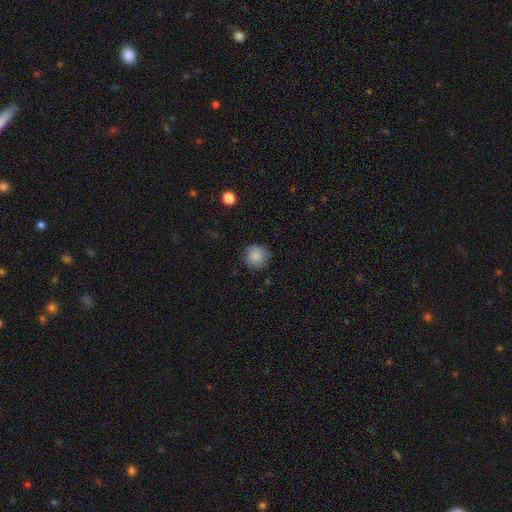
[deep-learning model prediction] Overall: smooth (84%). How rounded: round (92%). Merging: none (81%).